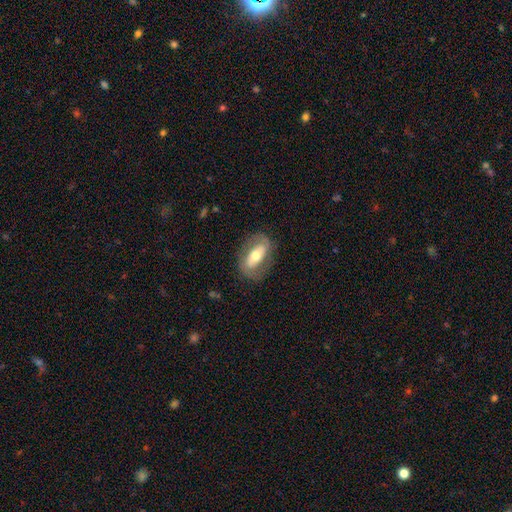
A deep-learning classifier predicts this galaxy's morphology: Q: Smooth or featured?
A: featured or disk (53%); runner-up: smooth (41%)
Q: Edge-on disk?
A: no (86%); runner-up: yes (14%)
Q: Merging?
A: none (77%); runner-up: minor disturbance (14%)